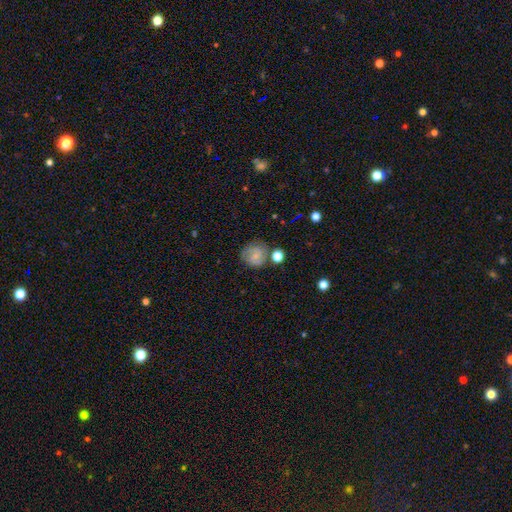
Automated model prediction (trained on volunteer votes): Overall: smooth (52%; featured or disk 37%). How rounded: round (85%). Merging: none (67%).